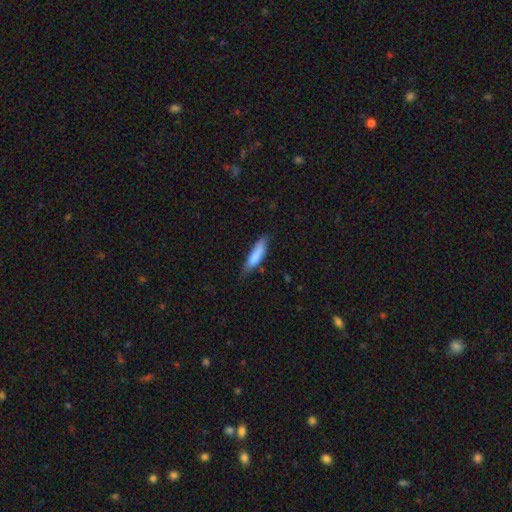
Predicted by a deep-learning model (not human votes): A smooth galaxy with no disk features (82%) that is cigar-shaped (66%). Merging: none (62%).